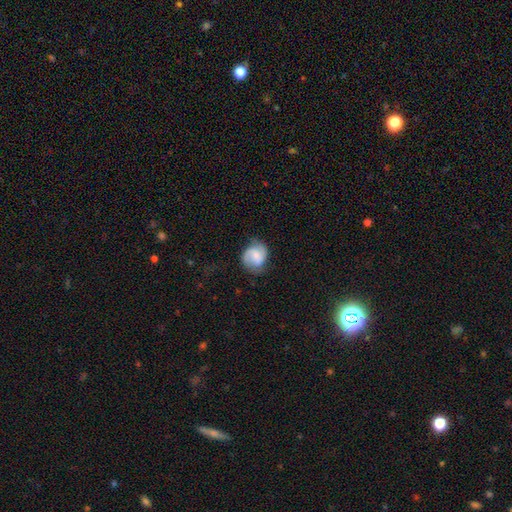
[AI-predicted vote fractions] smooth_or_featured: smooth (p=0.48) [alt: featured or disk p=0.45]
merging: none (p=0.62) [alt: minor disturbance p=0.26]